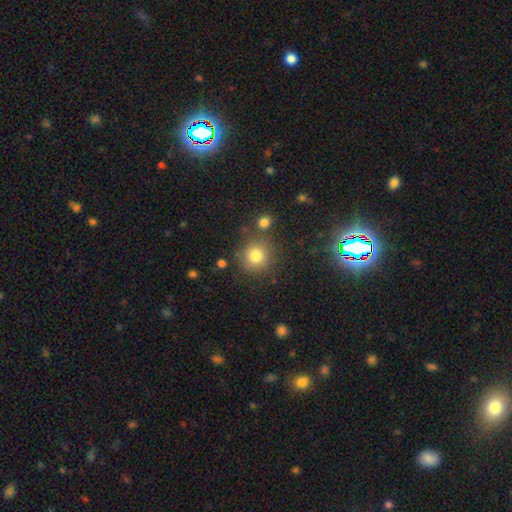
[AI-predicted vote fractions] This is clearly a smooth galaxy (80%). How rounded: clearly round (91%). Merging: likely none (78%).